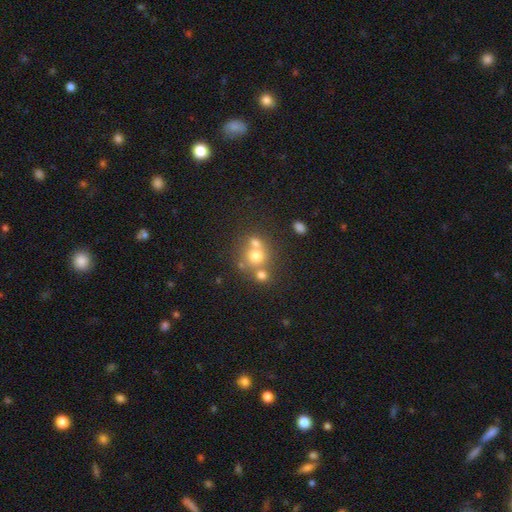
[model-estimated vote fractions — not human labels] Smooth or featured? Predicted: smooth (p=0.67). How rounded? Predicted: round (p=0.83). Merging? Predicted: none (p=0.44, tied with merger).